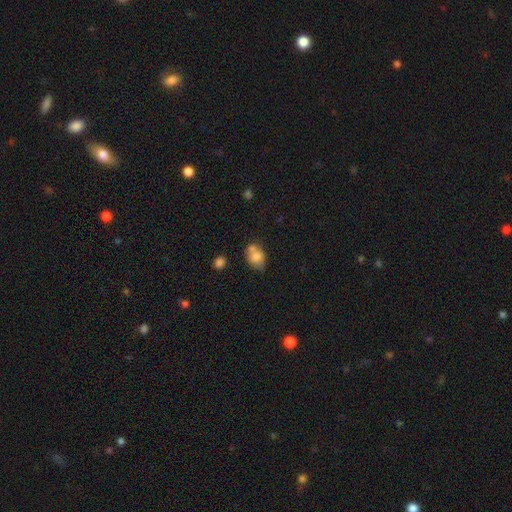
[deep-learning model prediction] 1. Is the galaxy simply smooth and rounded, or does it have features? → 76% smooth, 14% featured or disk, 9% star or artifact.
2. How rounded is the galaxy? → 61% in between, 38% round, 1% cigar-shaped.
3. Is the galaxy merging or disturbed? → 43% none, 32% merger, 19% minor disturbance, 6% major disturbance.